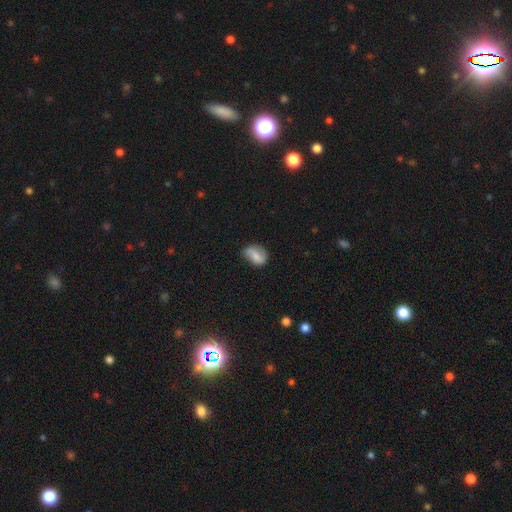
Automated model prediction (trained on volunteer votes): Overall: smooth (61%; featured or disk 31%). How rounded: in between (75%). Merging: none (52%; minor disturbance 35%).